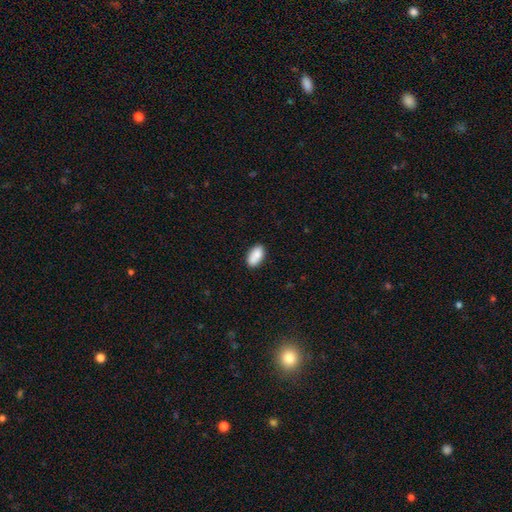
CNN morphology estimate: smooth 84%, featured or disk 8%, star or artifact 7%. Down the decision tree: how rounded — in between (92%); merging — none (74%).